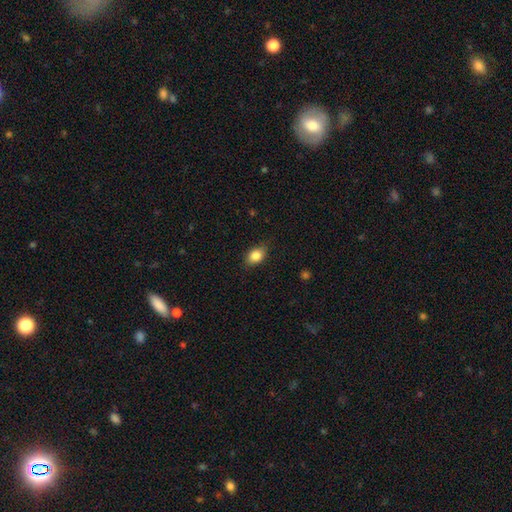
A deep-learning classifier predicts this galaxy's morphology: A smooth galaxy with no disk features (84%) that is in between round and cigar-shaped (77%). Merging: none (81%).